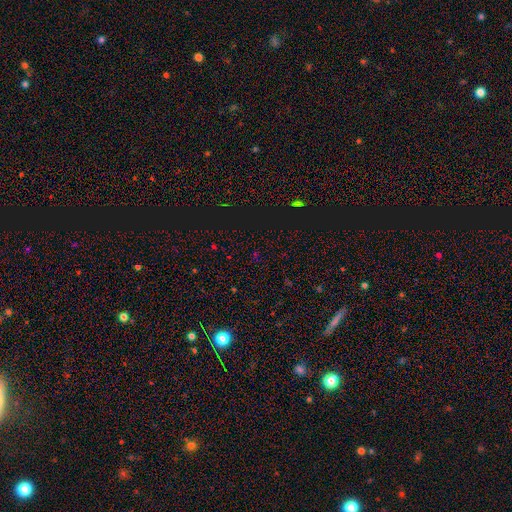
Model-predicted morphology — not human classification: type=star or artifact (70%).